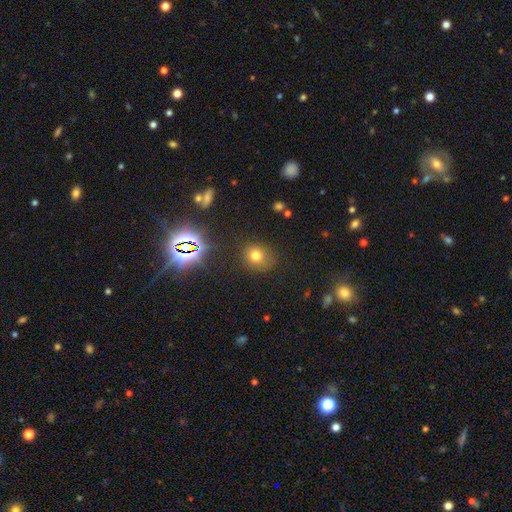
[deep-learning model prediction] Smooth or featured: smooth — 69% (star or artifact — 22%)
How rounded: round — 76% (in between — 23%)
Merging: none — 79% (minor disturbance — 13%)